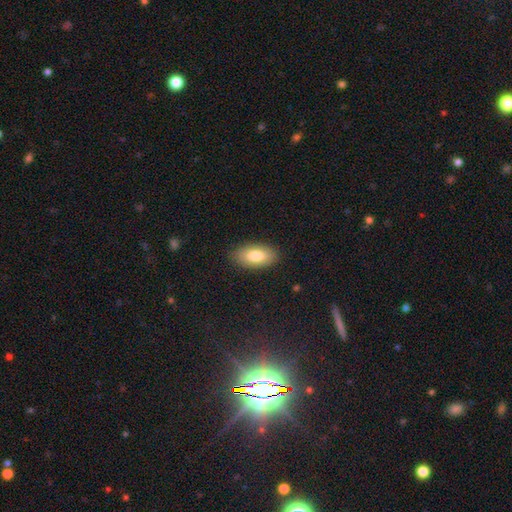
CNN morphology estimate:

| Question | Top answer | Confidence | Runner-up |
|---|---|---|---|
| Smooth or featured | smooth | 82% | featured or disk (12%) |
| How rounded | in between | 93% | cigar-shaped (4%) |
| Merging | none | 86% | minor disturbance (10%) |